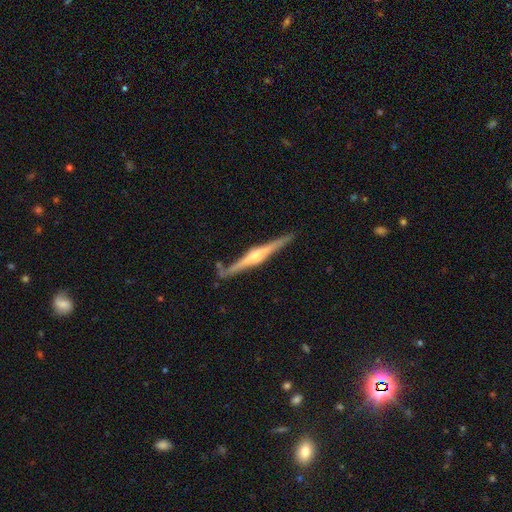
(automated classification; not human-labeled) Overall: featured or disk (81%). Edge-on disk: yes (98%). Edge-on bulge: rounded (89%). Merging: none (84%).